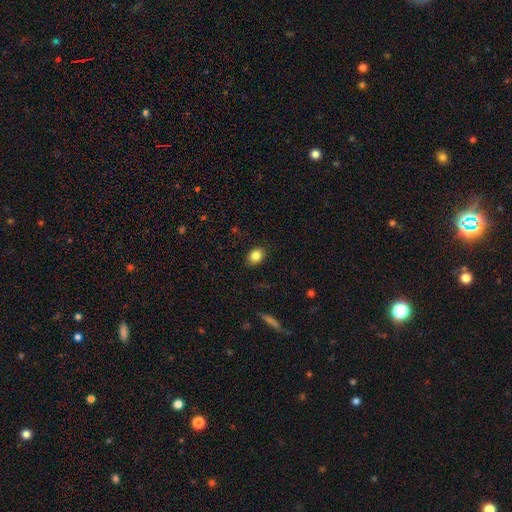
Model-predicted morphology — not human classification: Q: Smooth or featured?
A: smooth (84%); runner-up: star or artifact (9%)
Q: How rounded?
A: in between (64%); runner-up: round (35%)
Q: Merging?
A: none (87%); runner-up: minor disturbance (10%)